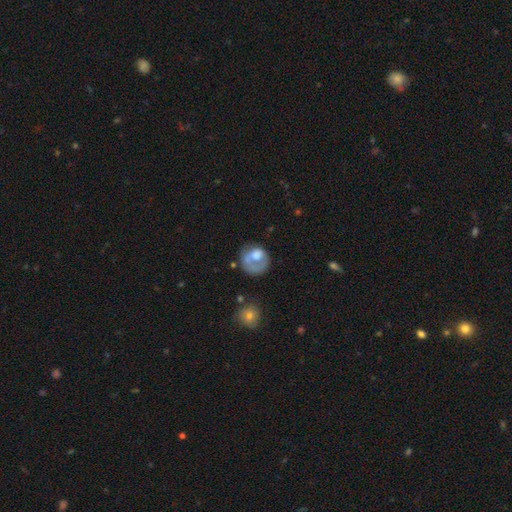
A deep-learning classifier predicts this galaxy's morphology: type=smooth (55%); roundness=round (75%); merging=none (45%).